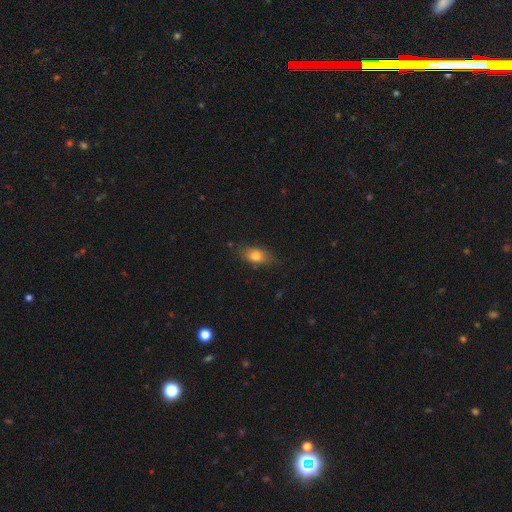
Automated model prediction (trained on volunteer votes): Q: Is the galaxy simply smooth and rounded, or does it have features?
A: smooth — 77%.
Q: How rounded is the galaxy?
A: in between — 80%.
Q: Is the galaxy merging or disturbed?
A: none — 77%.